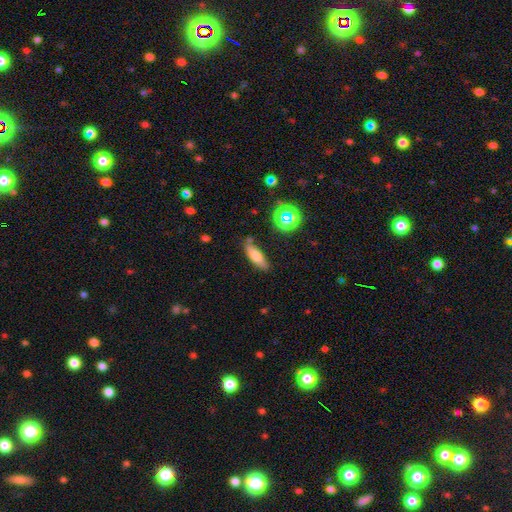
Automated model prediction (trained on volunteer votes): Morphology: type=smooth (69%); roundness=in between (51%); merging=none (76%).